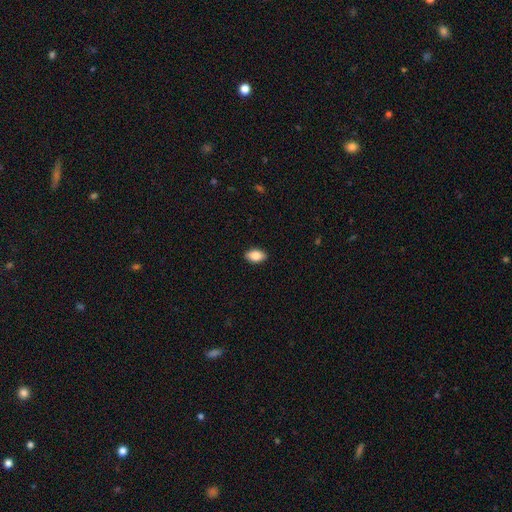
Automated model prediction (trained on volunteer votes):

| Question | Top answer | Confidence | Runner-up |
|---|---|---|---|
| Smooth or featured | smooth | 86% | featured or disk (7%) |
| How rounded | in between | 92% | round (7%) |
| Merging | none | 90% | minor disturbance (8%) |